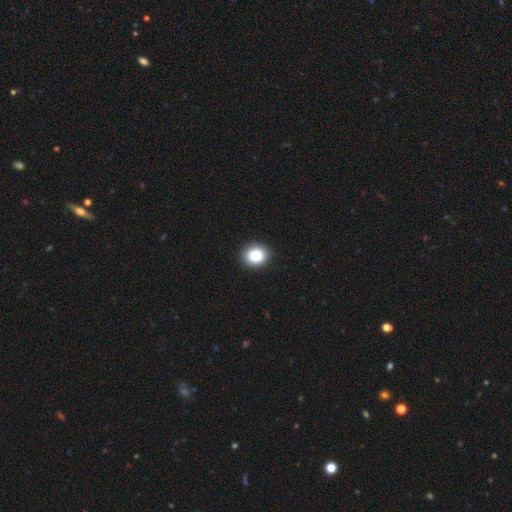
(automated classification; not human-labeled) Smooth or featured?
  - smooth: 87% *
  - star or artifact: 9%
  - featured or disk: 4%
How rounded?
  - round: 61% *
  - in between: 38%
  - cigar-shaped: 1%
Merging?
  - none: 91% *
  - minor disturbance: 7%
  - major disturbance: 2%
  - merger: 1%